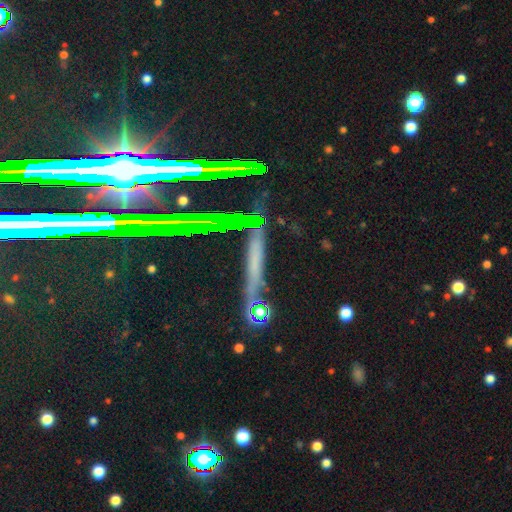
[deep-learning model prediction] A featured or disk galaxy (41%). Merging: none (78%).